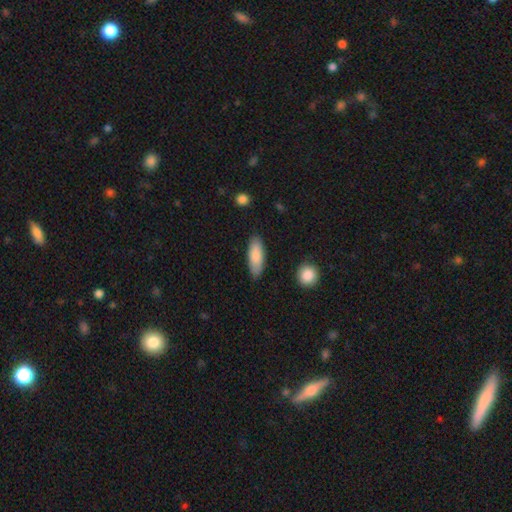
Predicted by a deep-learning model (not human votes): A smooth galaxy with no disk features (85%) that is in between round and cigar-shaped (70%).

Vote fractions:
- Smooth or featured? smooth: 85% / featured or disk: 10% / star or artifact: 5%
- How rounded? in between: 70% / cigar-shaped: 28% / round: 2%
- Merging? none: 84% / minor disturbance: 12% / major disturbance: 2% / merger: 2%